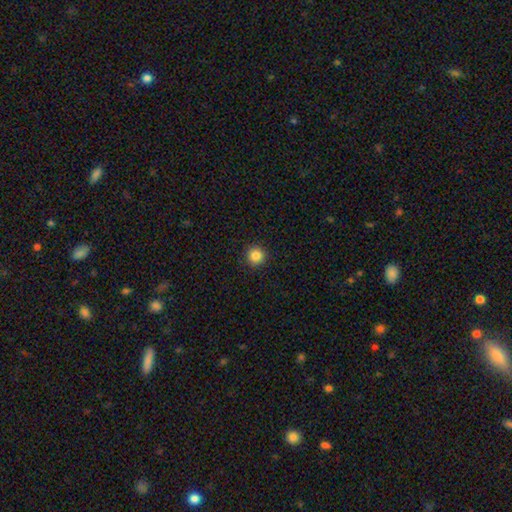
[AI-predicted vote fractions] A smooth galaxy with no disk features (85%) that is round (96%). Merging: none (93%).